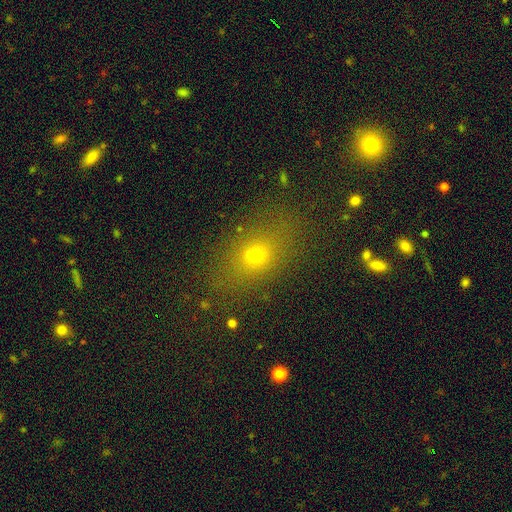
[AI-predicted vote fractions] smooth_or_featured: smooth (p=0.56) [alt: star or artifact p=0.27]
how_rounded: in between (p=0.59) [alt: round p=0.36]
merging: none (p=0.62) [alt: merger p=0.19]